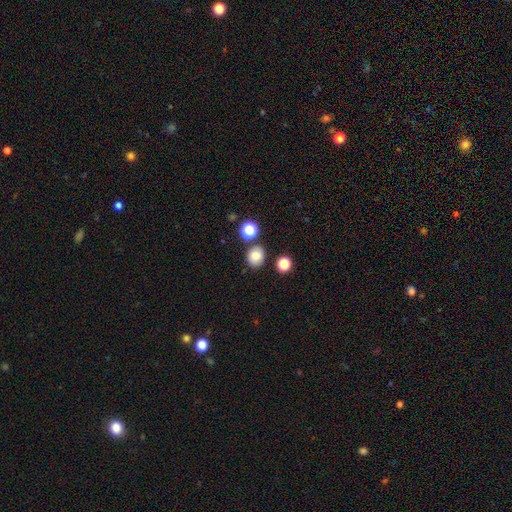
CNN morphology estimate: Overall: smooth (80%). How rounded: round (69%; in between 30%). Merging: none (80%).